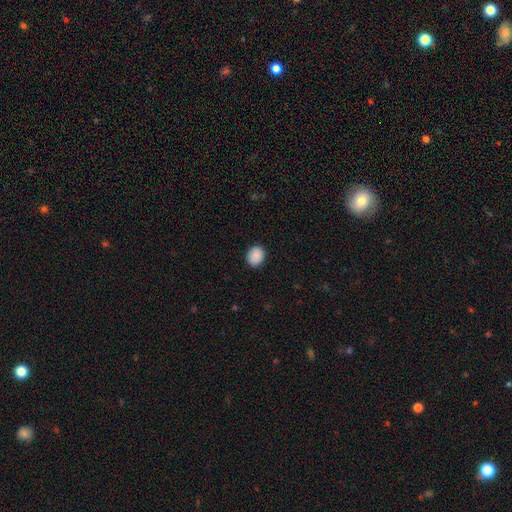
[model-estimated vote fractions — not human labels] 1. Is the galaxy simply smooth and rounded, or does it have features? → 90% smooth, 8% star or artifact, 2% featured or disk.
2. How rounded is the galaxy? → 65% round, 34% in between, 1% cigar-shaped.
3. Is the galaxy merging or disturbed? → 90% none, 7% minor disturbance, 2% major disturbance, 1% merger.